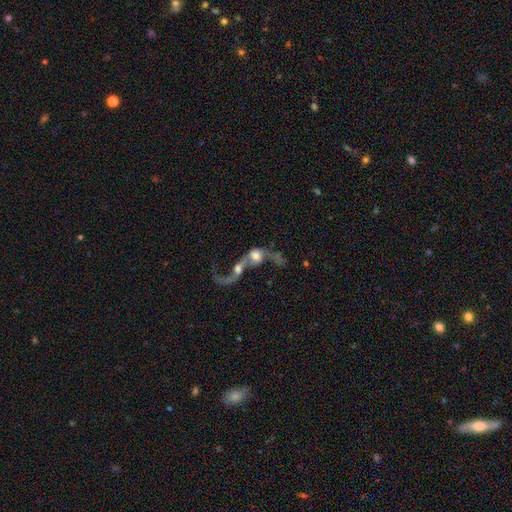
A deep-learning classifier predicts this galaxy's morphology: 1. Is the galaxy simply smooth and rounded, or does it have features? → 53% featured or disk, 35% smooth, 11% star or artifact.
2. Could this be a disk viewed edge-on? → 91% no, 9% yes.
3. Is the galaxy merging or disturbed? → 81% merger, 10% major disturbance, 5% none, 3% minor disturbance.